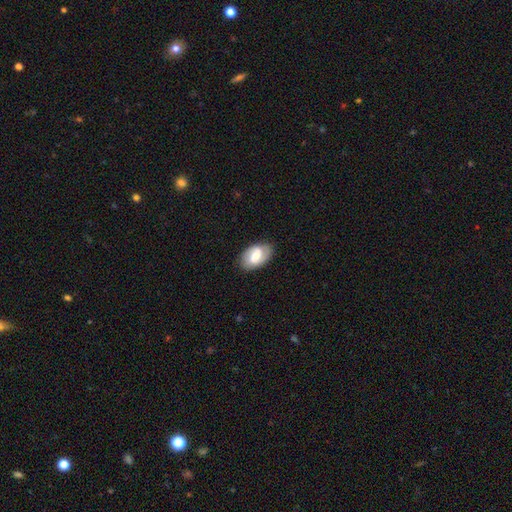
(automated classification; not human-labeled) This is possibly a featured or disk galaxy (52%). It is clearly not viewed edge-on (95%). Merging: clearly none (83%).